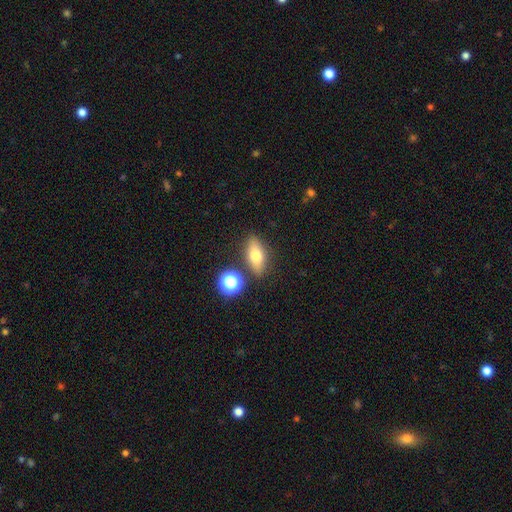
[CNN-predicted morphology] This appears to be a smooth galaxy with no disk features (67%) that is in between round and cigar-shaped (71%). Merging: none (81%).